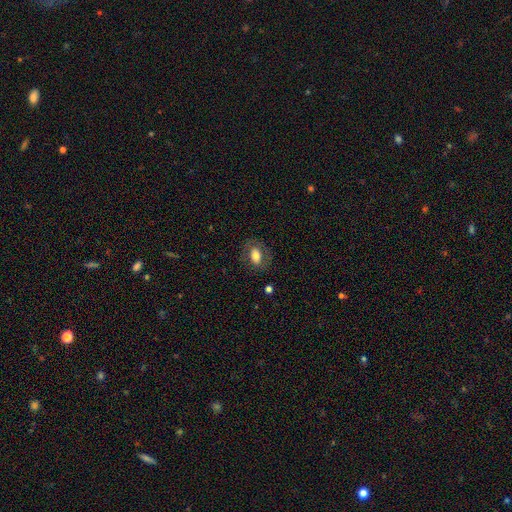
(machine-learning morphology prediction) smooth 67%, featured or disk 25%, star or artifact 8%. Down the decision tree: how rounded — in between (80%); merging — none (77%).